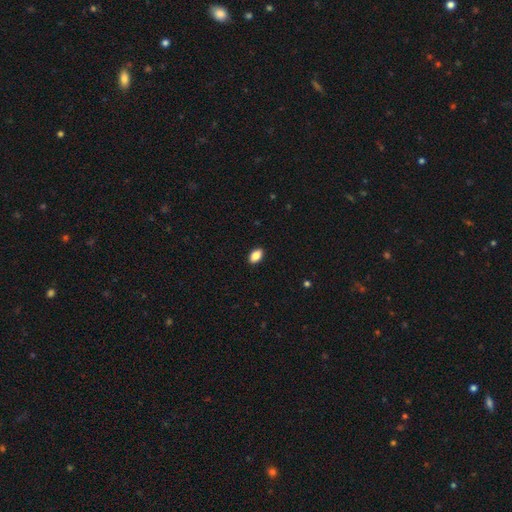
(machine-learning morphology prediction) This is clearly a smooth galaxy (86%). How rounded: clearly in between (90%). Merging: clearly none (91%).